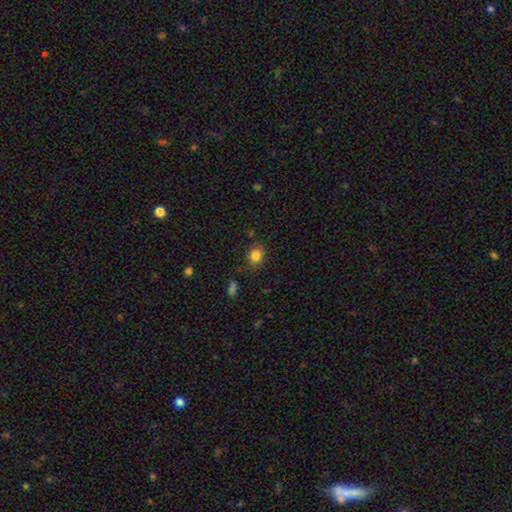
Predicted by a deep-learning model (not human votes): Morphology: type=smooth (83%); roundness=round (65%); merging=none (83%).